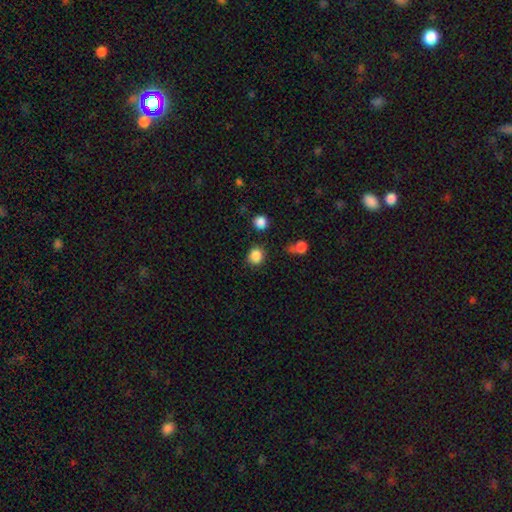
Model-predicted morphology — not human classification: A smooth galaxy with no disk features (86%) that is round (83%). Merging: none (82%).